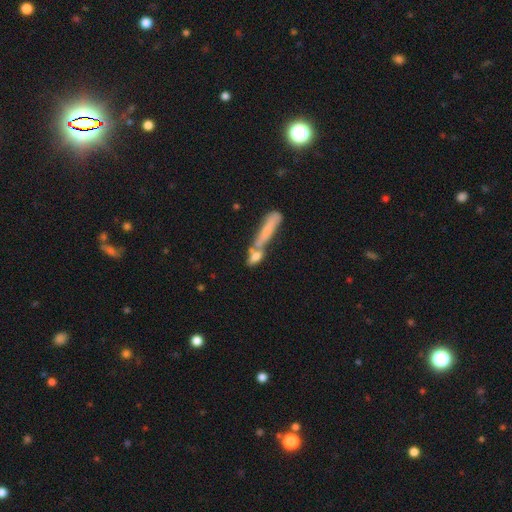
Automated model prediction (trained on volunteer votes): Q: Smooth or featured?
A: smooth (65%); runner-up: featured or disk (25%)
Q: How rounded?
A: cigar-shaped (55%); runner-up: in between (39%)
Q: Merging?
A: merger (51%); runner-up: none (31%)